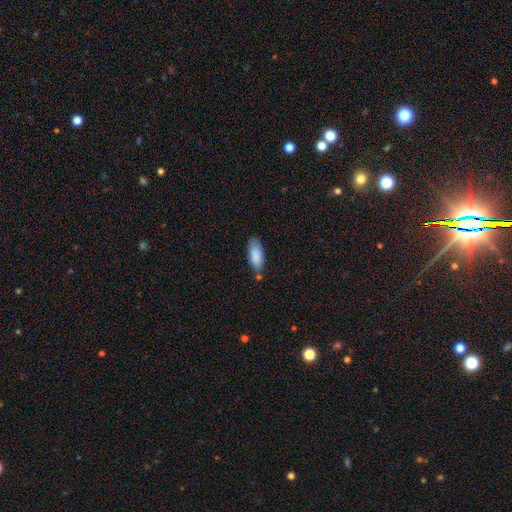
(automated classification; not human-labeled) A smooth galaxy with no disk features (87%) that is in between round and cigar-shaped (78%). Merging: none (65%).